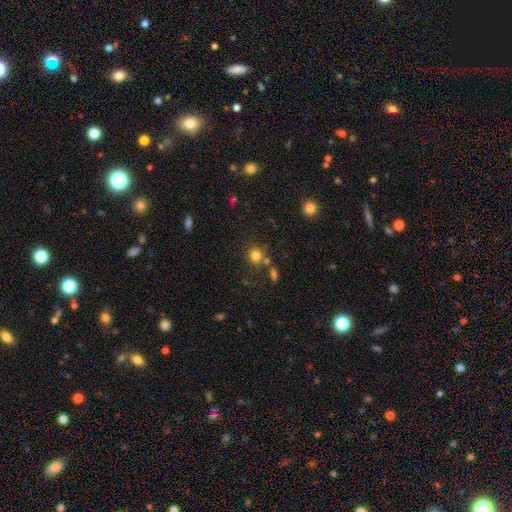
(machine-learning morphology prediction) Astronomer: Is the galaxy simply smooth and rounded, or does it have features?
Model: smooth — 79%.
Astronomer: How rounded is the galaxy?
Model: round — 86%.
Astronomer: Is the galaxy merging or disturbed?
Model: none — 69%.